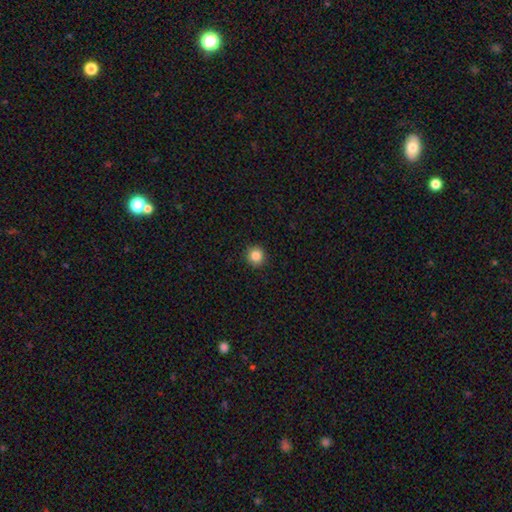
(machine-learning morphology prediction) Q: Smooth or featured?
A: smooth (86%); runner-up: star or artifact (10%)
Q: How rounded?
A: round (94%); runner-up: in between (5%)
Q: Merging?
A: none (90%); runner-up: minor disturbance (7%)